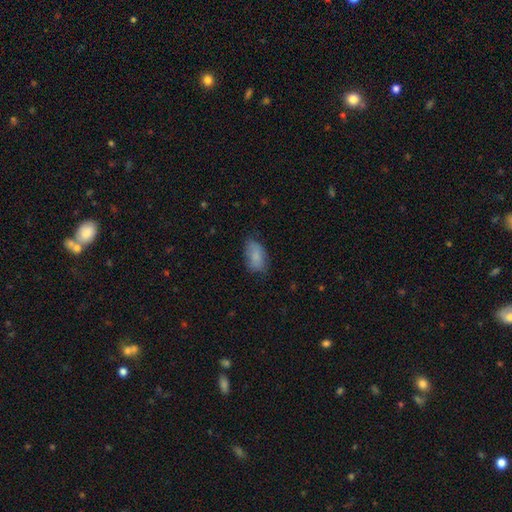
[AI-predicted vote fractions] smooth 83%, featured or disk 9%, star or artifact 7%. Down the decision tree: how rounded — in between (92%); merging — none (68%).